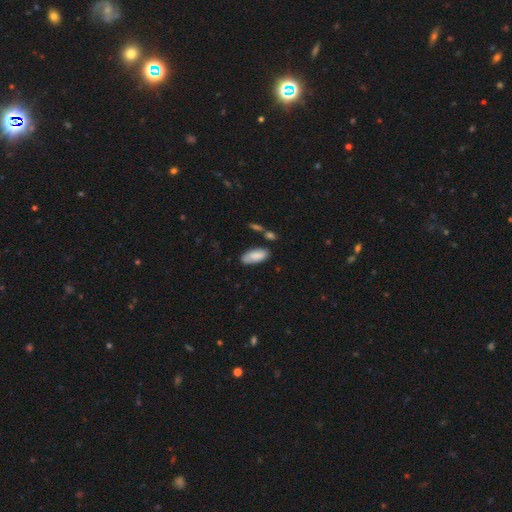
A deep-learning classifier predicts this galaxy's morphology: A smooth galaxy with no disk features (85%) that is in between round and cigar-shaped (85%).

Vote fractions:
- Smooth or featured? smooth: 85% / featured or disk: 9% / star or artifact: 6%
- How rounded? in between: 85% / cigar-shaped: 13% / round: 2%
- Merging? none: 71% / minor disturbance: 19% / merger: 7% / major disturbance: 4%